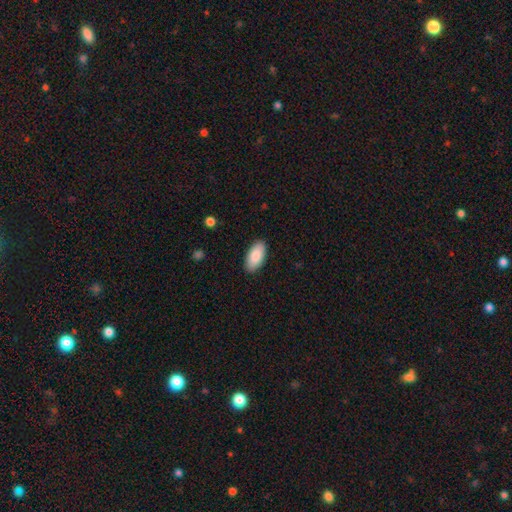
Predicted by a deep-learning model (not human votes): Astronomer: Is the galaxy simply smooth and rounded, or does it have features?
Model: smooth — 87%.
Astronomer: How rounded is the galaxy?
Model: in between — 94%.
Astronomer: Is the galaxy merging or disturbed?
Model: none — 89%.